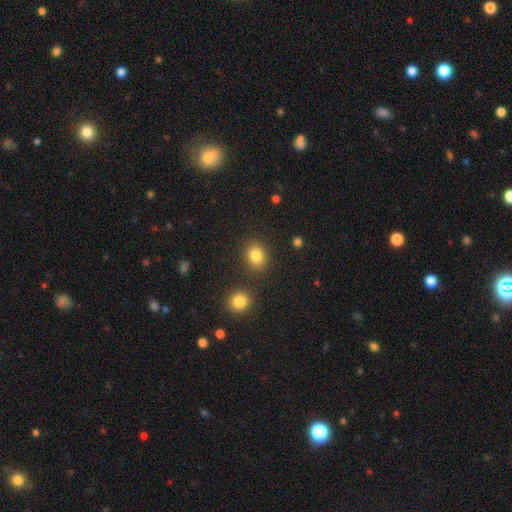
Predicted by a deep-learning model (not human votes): This is clearly a smooth galaxy (83%). How rounded: likely round (63%). Merging: clearly none (82%).